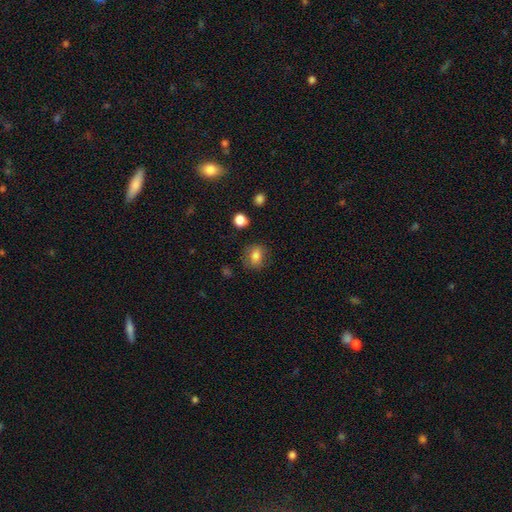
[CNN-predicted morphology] This is clearly a smooth galaxy (81%). How rounded: possibly in between (53%). Merging: likely none (74%).